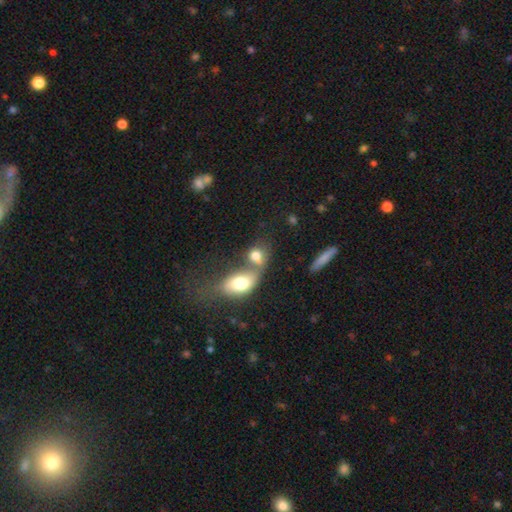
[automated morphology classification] This is likely a smooth galaxy (75%). How rounded: possibly in between (58%). Merging: likely merger (62%).